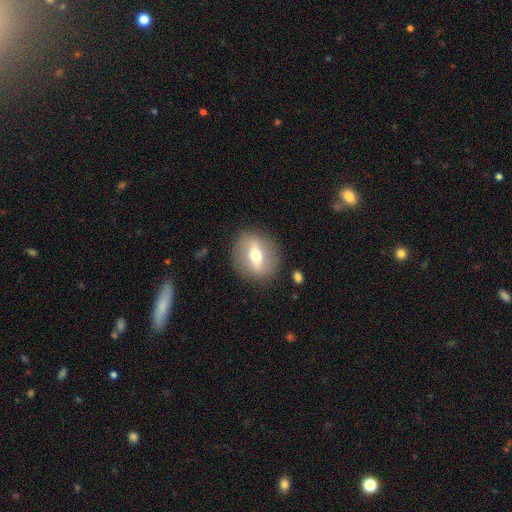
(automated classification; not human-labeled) This is possibly a smooth galaxy (47%). Merging: clearly none (87%).